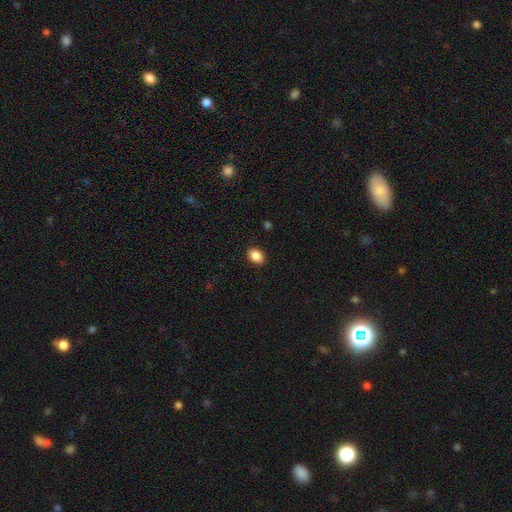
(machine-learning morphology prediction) Smooth or featured: smooth — 88% (star or artifact — 8%)
How rounded: in between — 74% (round — 25%)
Merging: none — 89% (minor disturbance — 8%)